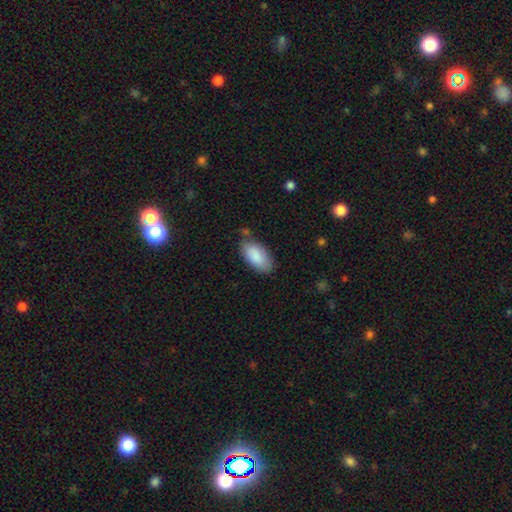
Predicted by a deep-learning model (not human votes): This appears to be a smooth galaxy with no disk features (88%) that is in between round and cigar-shaped (94%). Merging: none (74%).